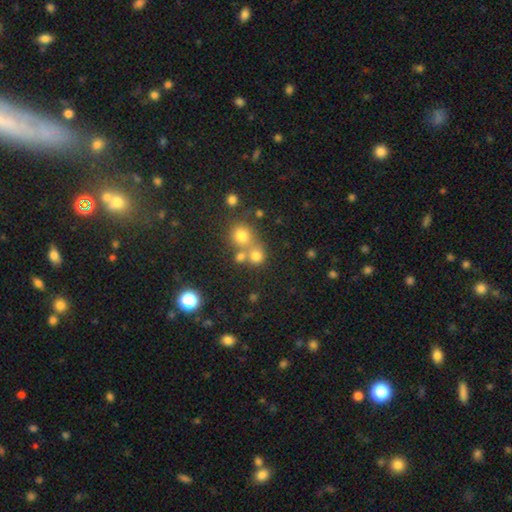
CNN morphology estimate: smooth_or_featured: smooth (p=0.73) [alt: star or artifact p=0.18]
how_rounded: round (p=0.86) [alt: in between p=0.13]
merging: none (p=0.52) [alt: merger p=0.36]